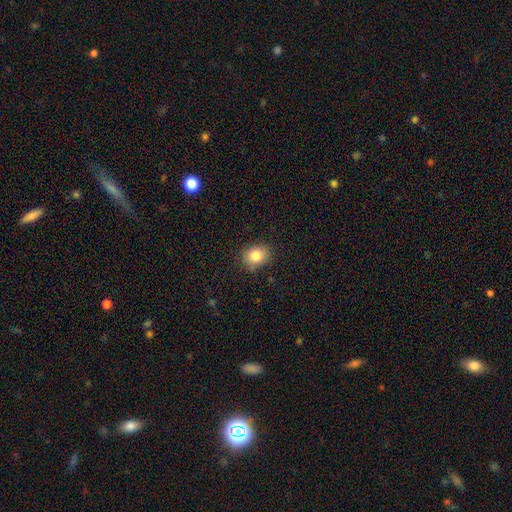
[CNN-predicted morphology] Smooth or featured? smooth (83%)
How rounded? round (51%)
Merging? none (84%)